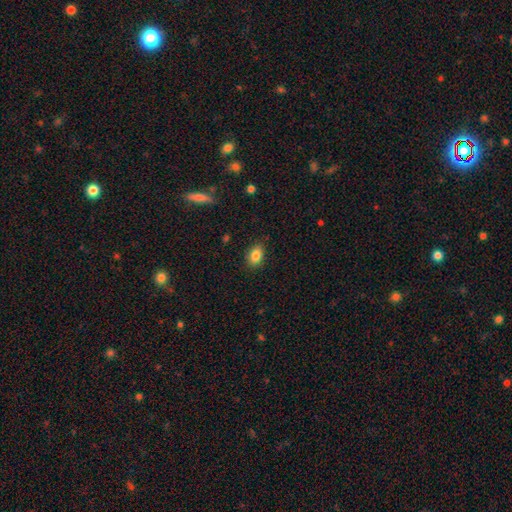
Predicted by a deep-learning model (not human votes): A smooth galaxy with no disk features (85%) that is in between round and cigar-shaped (80%). Merging: none (87%).